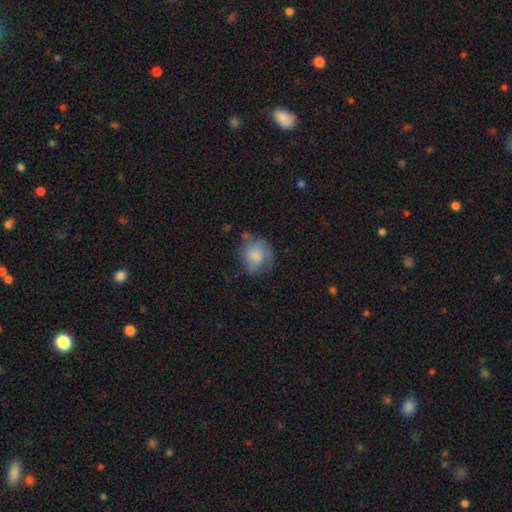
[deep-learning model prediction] Morphology: type=smooth (72%); roundness=round (69%); merging=none (49%).